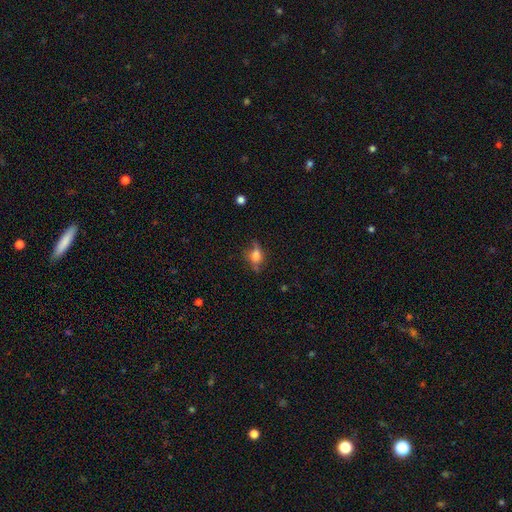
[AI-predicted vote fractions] Smooth or featured? Predicted: smooth (p=0.53). How rounded? Predicted: in between (p=0.66). Merging? Predicted: none (p=0.60).